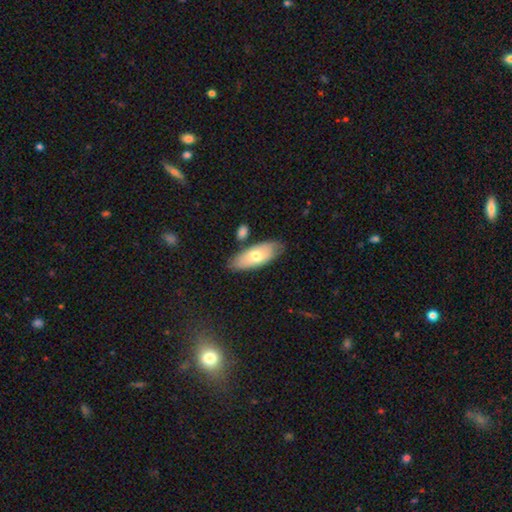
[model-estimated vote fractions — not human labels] Smooth or featured? smooth (64%)
How rounded? in between (81%)
Merging? none (75%)